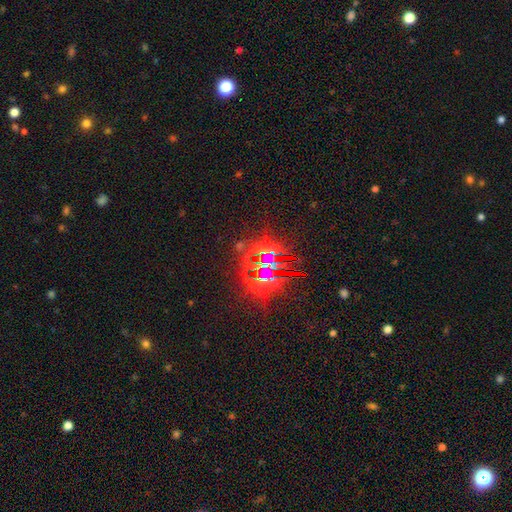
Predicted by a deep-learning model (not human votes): A star or artifact, not a galaxy (84%).

Vote fractions:
- Smooth or featured? star or artifact: 84% / smooth: 9% / featured or disk: 7%